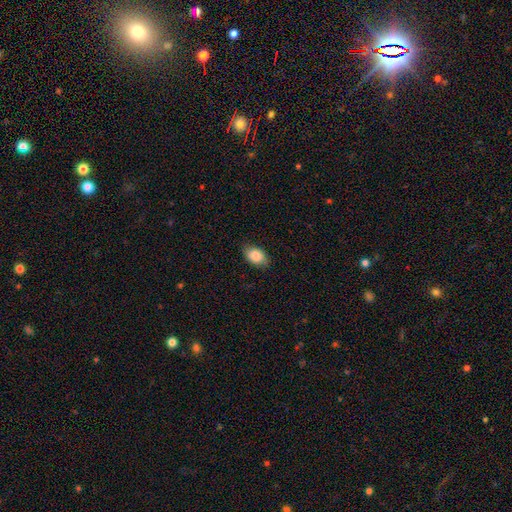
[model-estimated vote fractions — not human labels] Smooth or featured? smooth (86%)
How rounded? in between (87%)
Merging? none (81%)